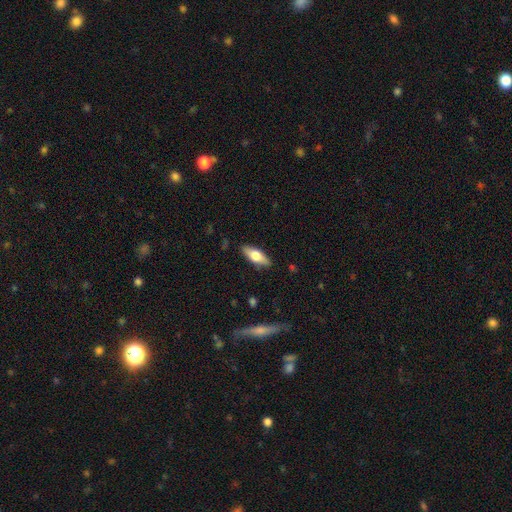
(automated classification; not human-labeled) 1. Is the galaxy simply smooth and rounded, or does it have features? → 60% smooth, 34% featured or disk, 6% star or artifact.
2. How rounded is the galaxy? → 68% in between, 29% cigar-shaped, 3% round.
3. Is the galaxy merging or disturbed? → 87% none, 10% minor disturbance, 2% major disturbance, 1% merger.